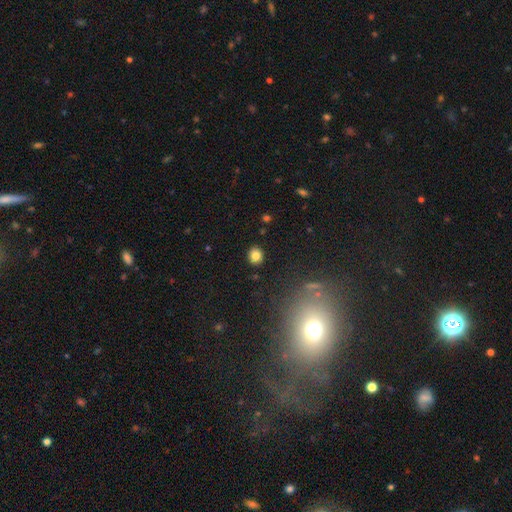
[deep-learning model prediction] smooth_or_featured: smooth (p=0.82) [alt: star or artifact p=0.12]
how_rounded: round (p=0.76) [alt: in between p=0.23]
merging: none (p=0.90) [alt: minor disturbance p=0.07]